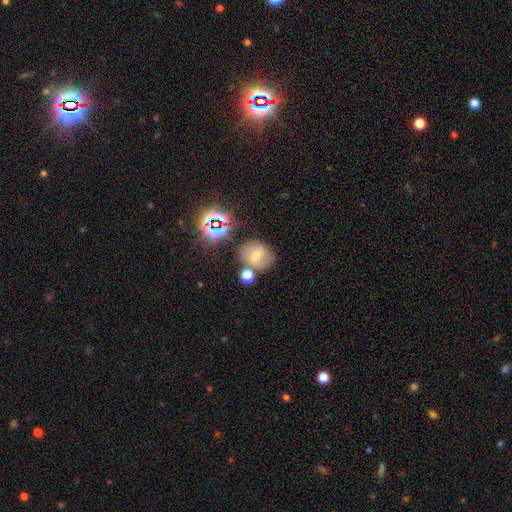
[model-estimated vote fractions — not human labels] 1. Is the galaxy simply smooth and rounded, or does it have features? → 48% smooth, 28% featured or disk, 24% star or artifact.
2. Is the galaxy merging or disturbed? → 68% none, 15% merger, 12% minor disturbance, 4% major disturbance.